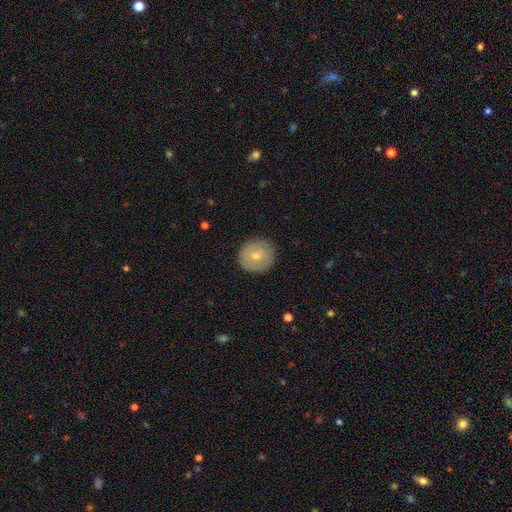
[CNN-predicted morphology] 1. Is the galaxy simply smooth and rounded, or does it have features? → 68% smooth, 25% featured or disk, 7% star or artifact.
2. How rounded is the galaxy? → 90% round, 9% in between, 1% cigar-shaped.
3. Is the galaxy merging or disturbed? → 87% none, 9% minor disturbance, 2% major disturbance, 1% merger.